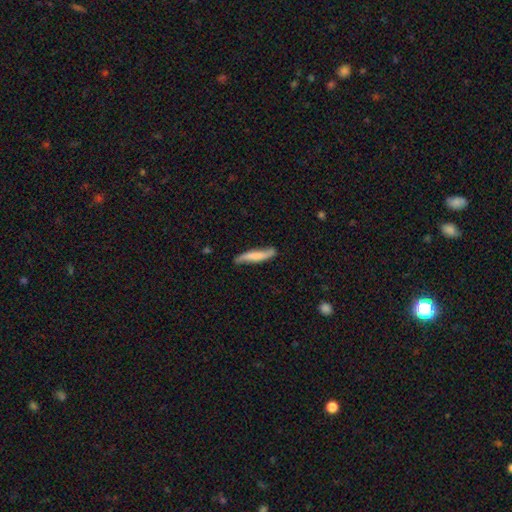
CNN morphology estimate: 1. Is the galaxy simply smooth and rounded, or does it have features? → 53% smooth, 41% featured or disk, 6% star or artifact.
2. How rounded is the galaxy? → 87% cigar-shaped, 11% in between, 2% round.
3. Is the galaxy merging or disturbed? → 71% none, 22% minor disturbance, 5% major disturbance, 2% merger.